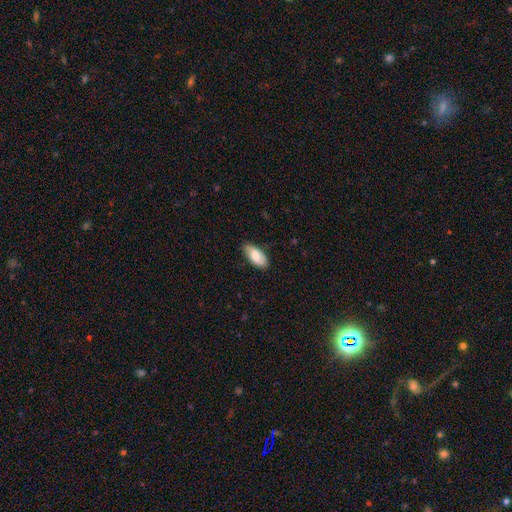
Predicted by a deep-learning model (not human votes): This is likely a smooth galaxy (72%). How rounded: clearly in between (90%). Merging: likely none (80%).